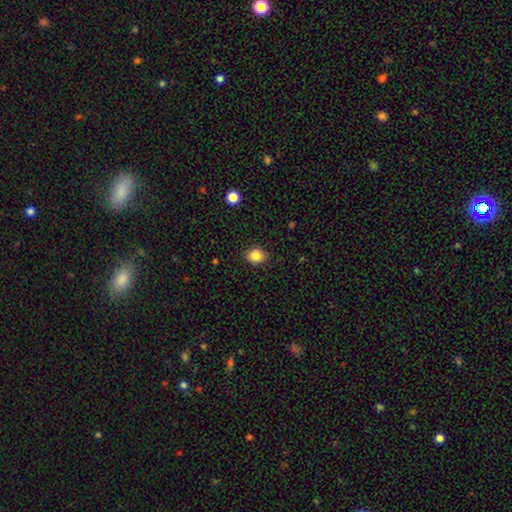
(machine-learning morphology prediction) This appears to be a smooth galaxy with no disk features (85%) that is round (65%). Merging: none (88%).